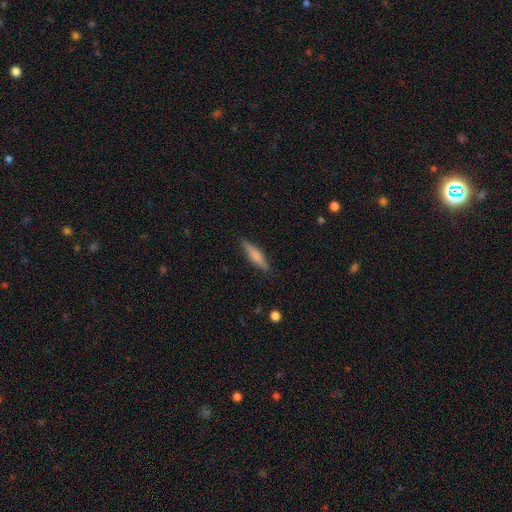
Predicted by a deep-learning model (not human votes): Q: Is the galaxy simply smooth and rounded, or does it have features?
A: smooth — 64%.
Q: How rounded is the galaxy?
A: cigar-shaped — 78%.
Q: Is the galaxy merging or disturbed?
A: none — 87%.